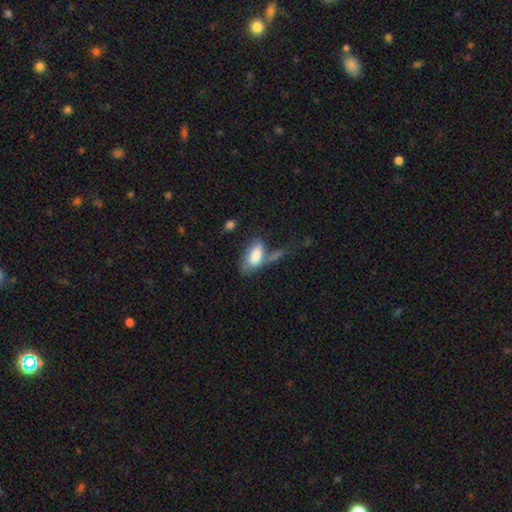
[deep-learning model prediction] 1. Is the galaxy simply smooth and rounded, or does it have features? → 73% smooth, 20% featured or disk, 7% star or artifact.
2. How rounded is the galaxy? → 89% in between, 8% cigar-shaped, 3% round.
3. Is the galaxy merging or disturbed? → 32% none, 23% merger, 23% major disturbance, 23% minor disturbance.